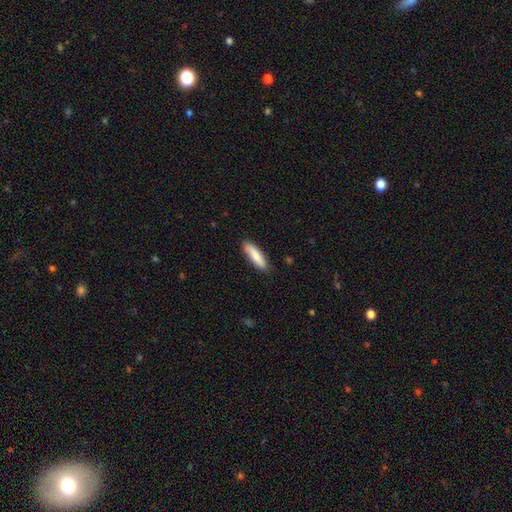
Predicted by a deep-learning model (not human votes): Smooth or featured: smooth — 82% (featured or disk — 13%)
How rounded: cigar-shaped — 66% (in between — 32%)
Merging: none — 84% (minor disturbance — 13%)